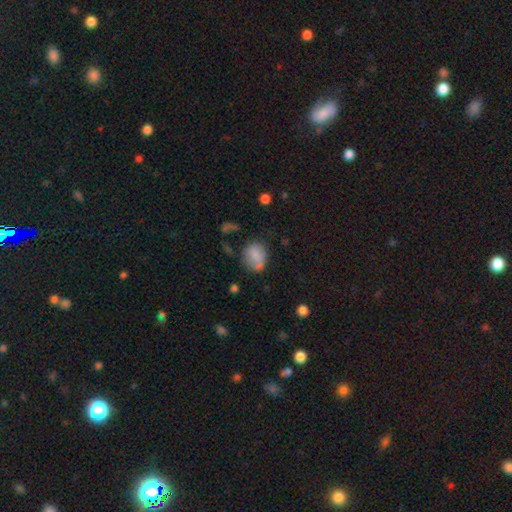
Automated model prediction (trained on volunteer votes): Smooth or featured?
  - smooth: 77% *
  - featured or disk: 13%
  - star or artifact: 9%
How rounded?
  - in between: 55% *
  - round: 44%
  - cigar-shaped: 1%
Merging?
  - none: 54% *
  - minor disturbance: 28%
  - major disturbance: 12%
  - merger: 7%